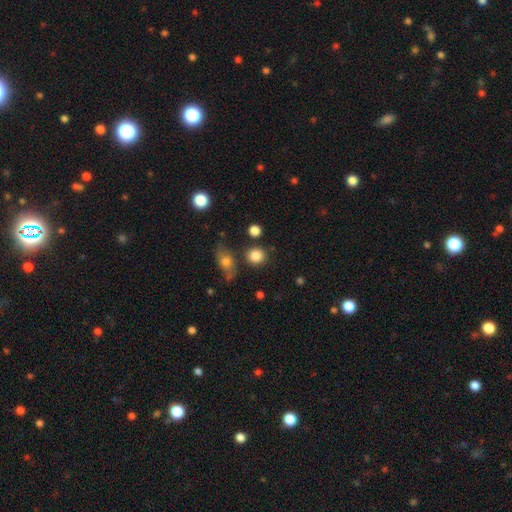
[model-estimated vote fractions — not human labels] Smooth or featured: smooth — 84% (star or artifact — 10%)
How rounded: round — 86% (in between — 13%)
Merging: none — 79% (minor disturbance — 9%)